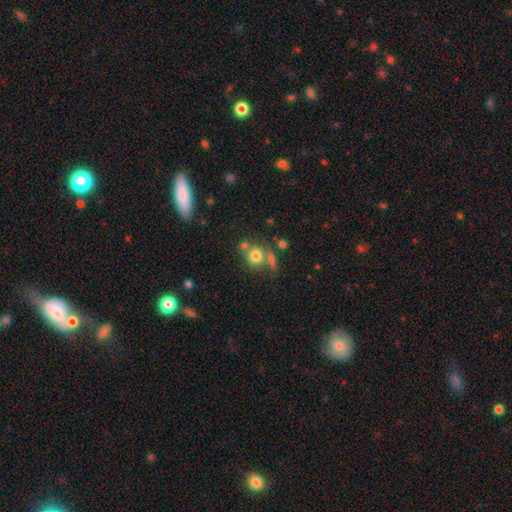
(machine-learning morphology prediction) type=smooth (77%); roundness=round (84%); merging=none (57%).